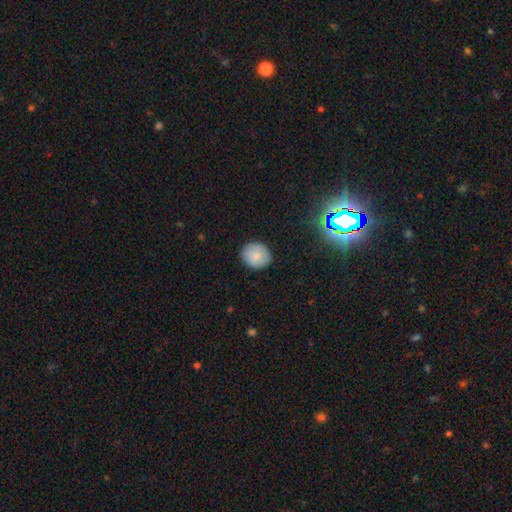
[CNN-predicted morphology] type=smooth (83%); roundness=round (72%); merging=none (86%).